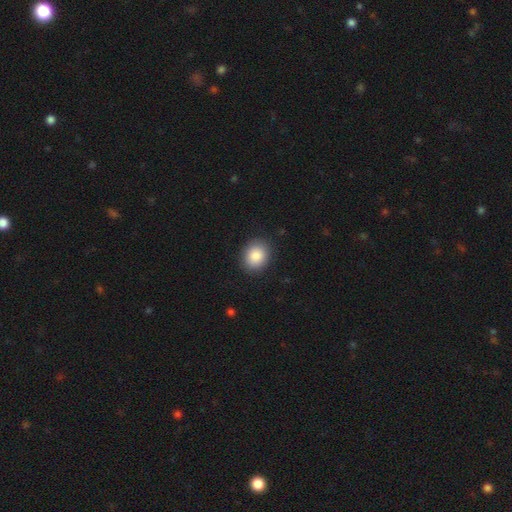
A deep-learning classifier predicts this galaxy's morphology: A smooth galaxy with no disk features (87%) that is round (60%). Merging: none (89%).